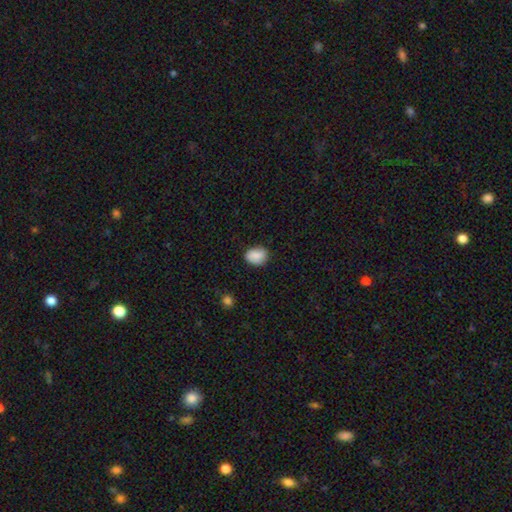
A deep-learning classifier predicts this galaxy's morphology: Smooth or featured? Predicted: smooth (p=0.82). How rounded? Predicted: in between (p=0.58). Merging? Predicted: none (p=0.78).